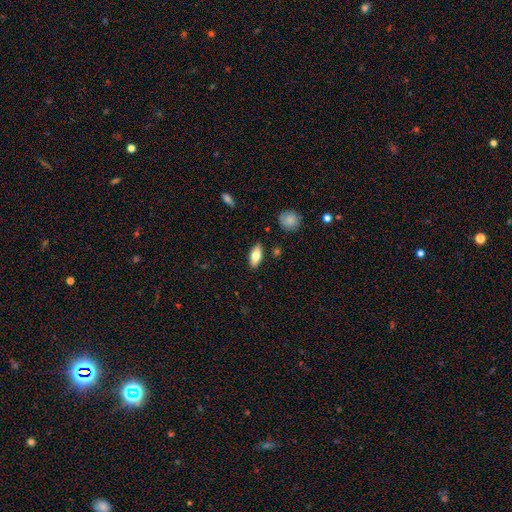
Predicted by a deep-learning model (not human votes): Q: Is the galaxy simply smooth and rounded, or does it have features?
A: smooth — 74%.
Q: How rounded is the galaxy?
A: in between — 83%.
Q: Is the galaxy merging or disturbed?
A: none — 86%.